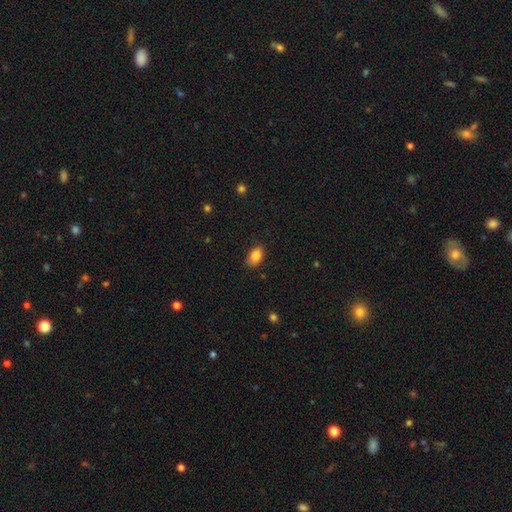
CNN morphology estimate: Smooth or featured?
  - smooth: 84% *
  - star or artifact: 8%
  - featured or disk: 7%
How rounded?
  - in between: 87% *
  - round: 11%
  - cigar-shaped: 2%
Merging?
  - none: 73% *
  - minor disturbance: 21%
  - major disturbance: 4%
  - merger: 1%